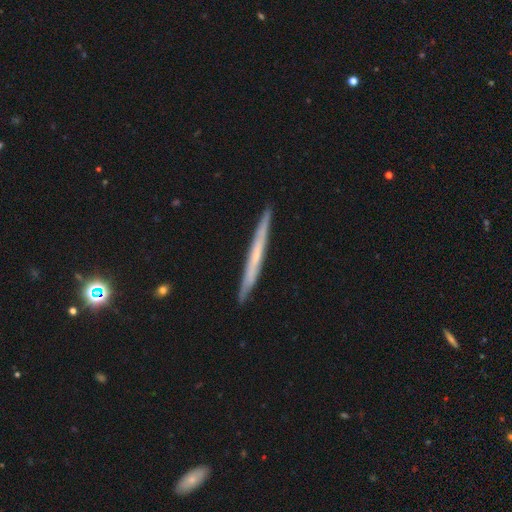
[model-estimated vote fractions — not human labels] smooth-or-featured: featured or disk: 55% | smooth: 38% | star or artifact: 6%
  disk-edge-on: yes: 95% | no: 5%
    edge-on-bulge: none: 77% | rounded: 19% | boxy: 4%
  merging: none: 90% | minor disturbance: 7% | major disturbance: 1% | merger: 1%